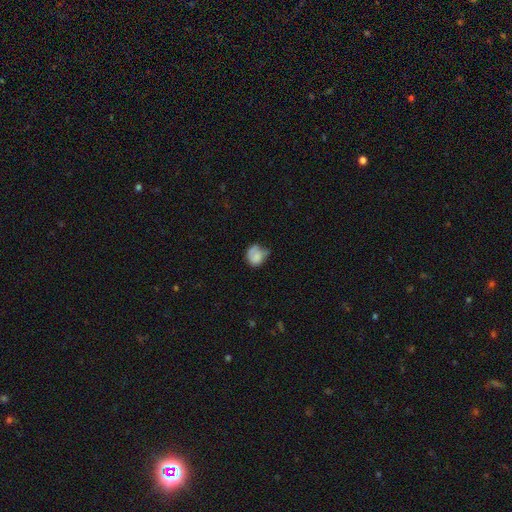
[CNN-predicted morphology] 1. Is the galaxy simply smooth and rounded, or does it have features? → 74% smooth, 17% featured or disk, 9% star or artifact.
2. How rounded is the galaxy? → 67% round, 32% in between, 1% cigar-shaped.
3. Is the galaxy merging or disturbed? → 39% minor disturbance, 35% none, 20% major disturbance, 7% merger.